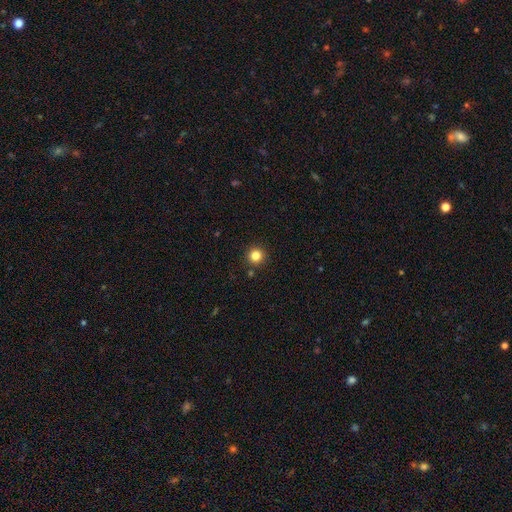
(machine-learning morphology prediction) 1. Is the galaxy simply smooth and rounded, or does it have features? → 82% smooth, 13% star or artifact, 5% featured or disk.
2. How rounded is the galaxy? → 95% round, 4% in between, 1% cigar-shaped.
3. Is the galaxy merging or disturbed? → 91% none, 5% minor disturbance, 2% merger, 2% major disturbance.